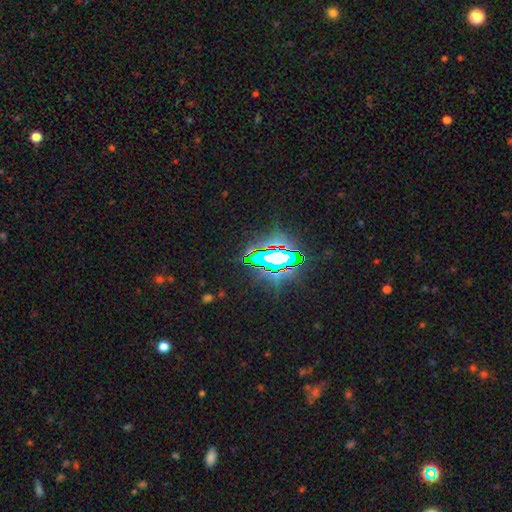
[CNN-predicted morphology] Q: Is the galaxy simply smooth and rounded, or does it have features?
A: star or artifact — 77%.